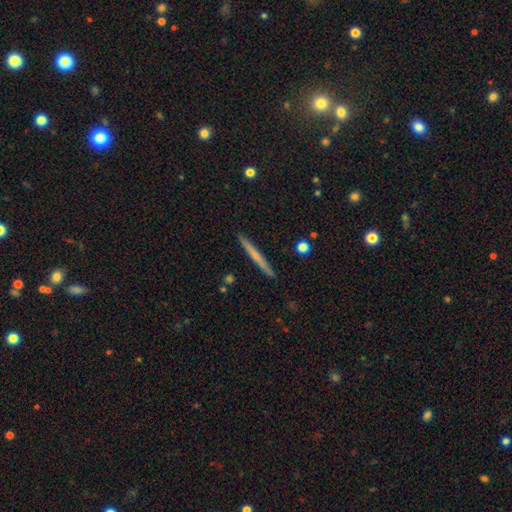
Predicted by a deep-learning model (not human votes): A smooth galaxy with no disk features (53%) that is cigar-shaped (97%). Merging: none (92%).